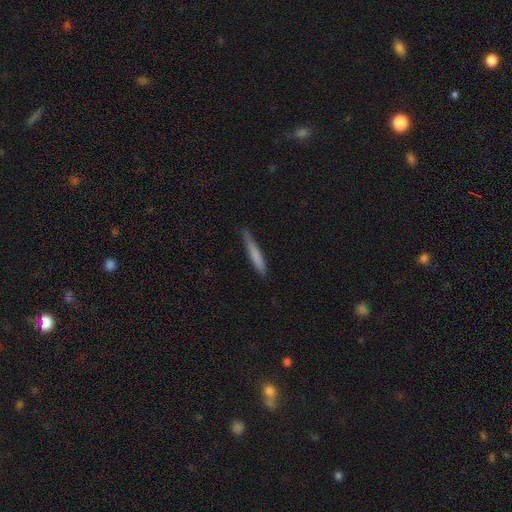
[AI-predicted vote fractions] smooth-or-featured: smooth: 74% | featured or disk: 21% | star or artifact: 6%
  how-rounded: cigar-shaped: 95% | in between: 4% | round: 1%
  merging: none: 78% | minor disturbance: 18% | major disturbance: 3% | merger: 1%